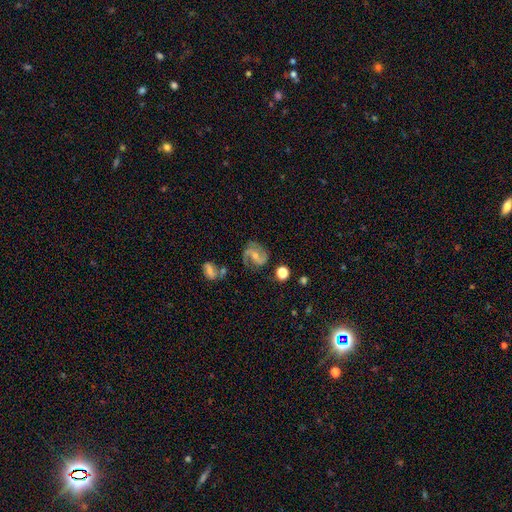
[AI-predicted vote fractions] A featured or disk galaxy (82%) with a weak bar (43%), 2 (85%) medium (53%) spiral arms (95%) and a moderate central bulge (49%).

Vote fractions:
- Smooth or featured? featured or disk: 82% / smooth: 11% / star or artifact: 7%
- Edge-on disk? no: 98% / yes: 2%
- Bar? weak: 43% / no: 34% / strong: 23%
- Spiral arms? yes: 95% / no: 5%
- Spiral winding? medium: 53% / loose: 26% / tight: 21%
- Spiral arm count? 2: 85% / can't tell: 5% / 3: 4% / 1: 3% / 4: 1% / more than 4: 1%
- Bulge size? moderate: 49% / small: 44% / none: 3% / large: 2% / dominant: 1%
- Merging? none: 68% / minor disturbance: 18% / major disturbance: 9% / merger: 4%